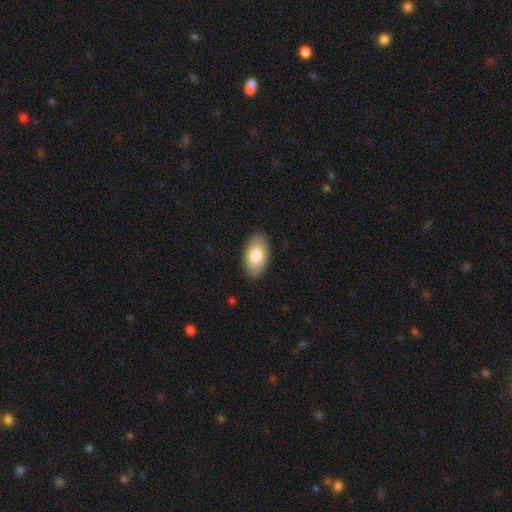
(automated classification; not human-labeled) This appears to be a smooth galaxy with no disk features (81%) that is in between round and cigar-shaped (95%). Merging: none (88%).